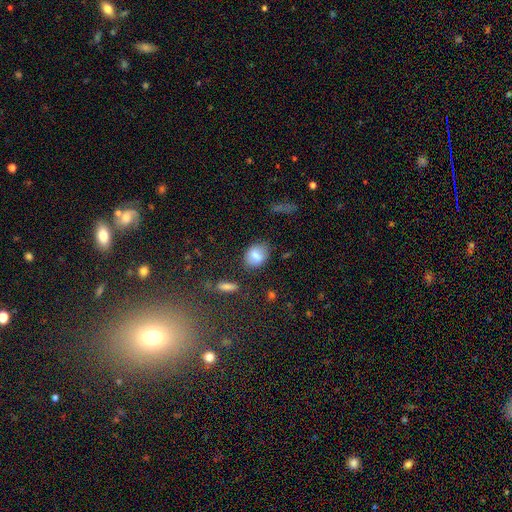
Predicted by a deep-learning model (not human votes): This appears to be a smooth galaxy with no disk features (80%) that is in between round and cigar-shaped (63%). Merging: none (80%).